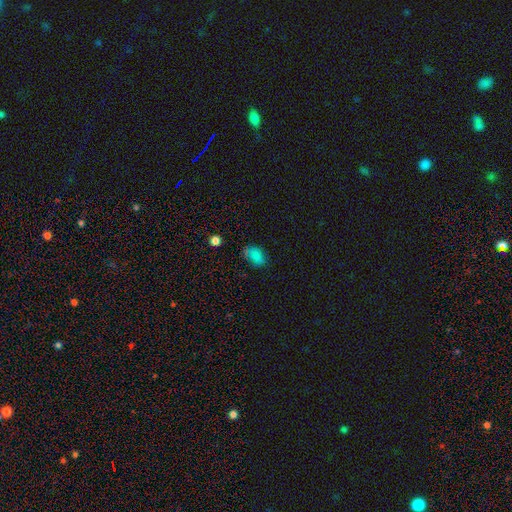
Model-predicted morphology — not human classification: type=smooth (79%); roundness=in between (84%); merging=none (61%).